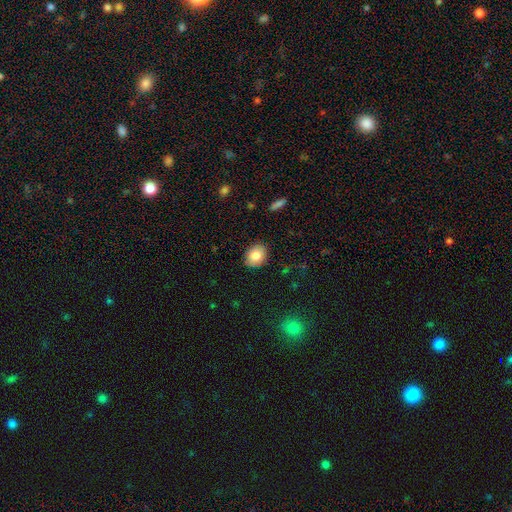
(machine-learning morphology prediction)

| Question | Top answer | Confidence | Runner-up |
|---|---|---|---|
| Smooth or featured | smooth | 83% | featured or disk (9%) |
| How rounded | in between | 57% | round (42%) |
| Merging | none | 86% | minor disturbance (10%) |